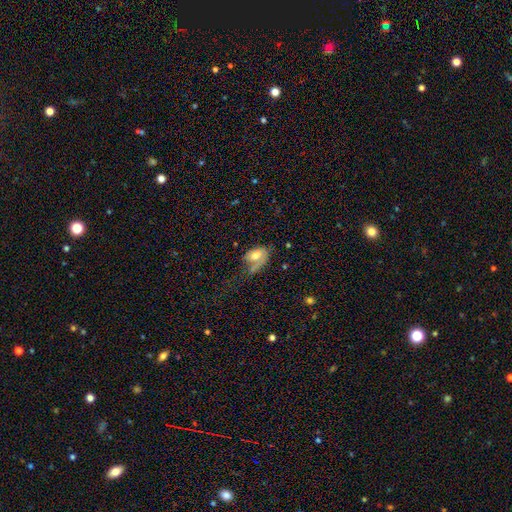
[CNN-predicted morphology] A smooth galaxy with no disk features (62%) that is in between round and cigar-shaped (87%). Merging: major disturbance (37%).